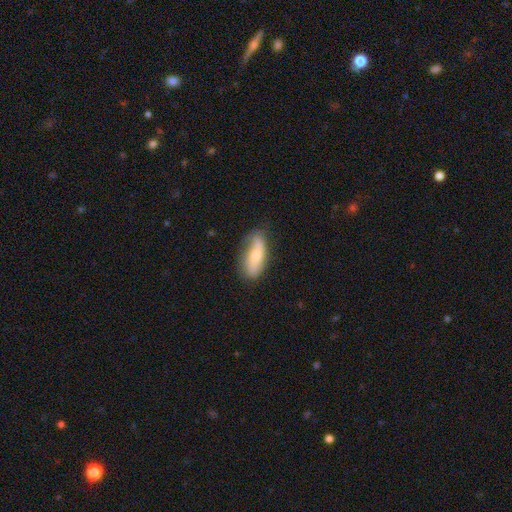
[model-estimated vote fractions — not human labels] The model was most divided on "smooth or featured": smooth: 58%, featured or disk: 36%, star or artifact: 6%. More confident: how rounded — in between (73%); merging — none (66%).